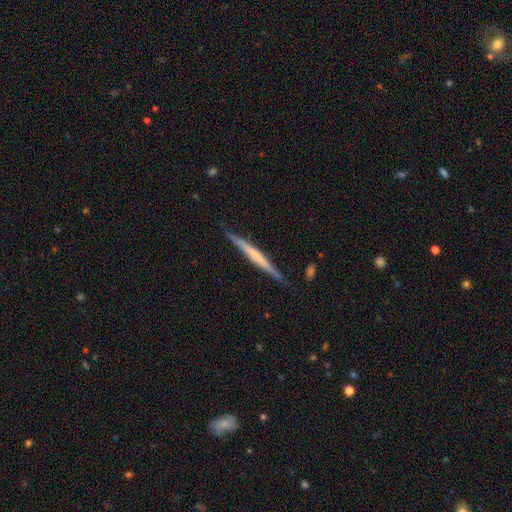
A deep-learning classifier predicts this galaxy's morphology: This is possibly a featured or disk galaxy (60%). It is clearly viewed edge-on (98%). Edge-on bulge: likely none (61%). Merging: clearly none (88%).